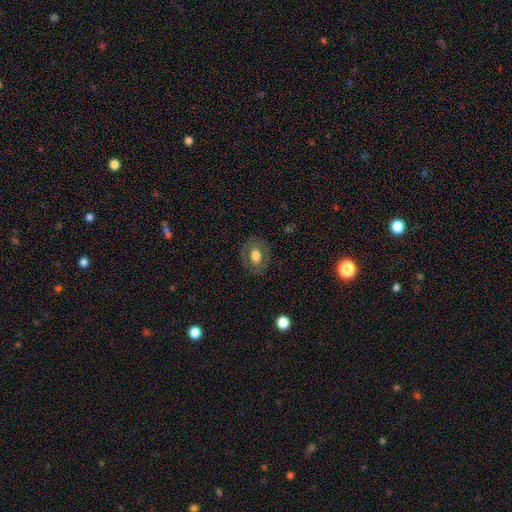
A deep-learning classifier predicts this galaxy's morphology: The model was most divided on "smooth or featured": smooth: 59%, featured or disk: 32%, star or artifact: 8%. More confident: merging — none (80%); how rounded — in between (64%).